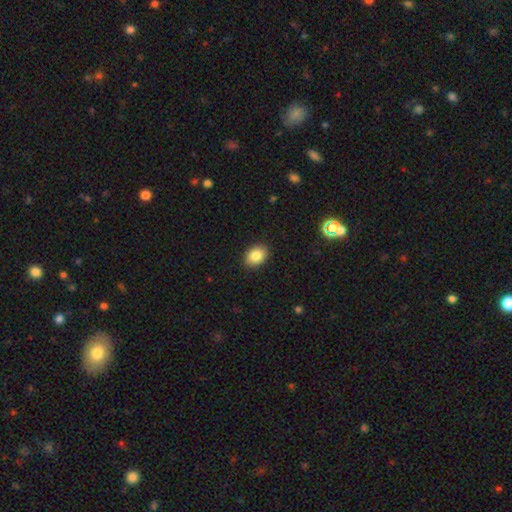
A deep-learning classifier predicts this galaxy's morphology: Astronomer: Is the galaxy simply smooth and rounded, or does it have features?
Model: smooth — 84%.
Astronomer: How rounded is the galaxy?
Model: in between — 72%.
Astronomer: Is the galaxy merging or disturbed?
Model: none — 89%.